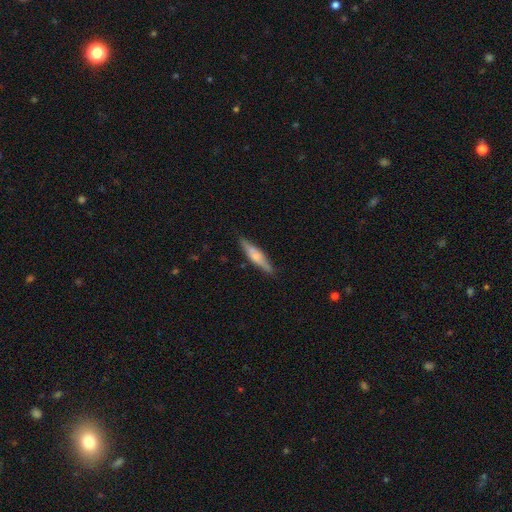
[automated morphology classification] A smooth galaxy with no disk features (47%, tied with featured or disk).

Vote fractions:
- Smooth or featured? smooth: 47% (tied) / featured or disk: 47% (tied) / star or artifact: 6%
- Merging? none: 87% / minor disturbance: 10% / major disturbance: 2% / merger: 1%